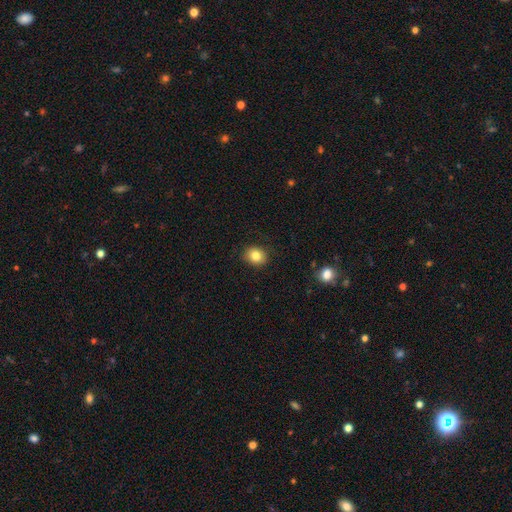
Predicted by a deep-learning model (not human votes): Smooth or featured?
  - smooth: 84% *
  - star or artifact: 10%
  - featured or disk: 7%
How rounded?
  - round: 57% *
  - in between: 42%
  - cigar-shaped: 1%
Merging?
  - none: 87% *
  - minor disturbance: 9%
  - major disturbance: 2%
  - merger: 1%